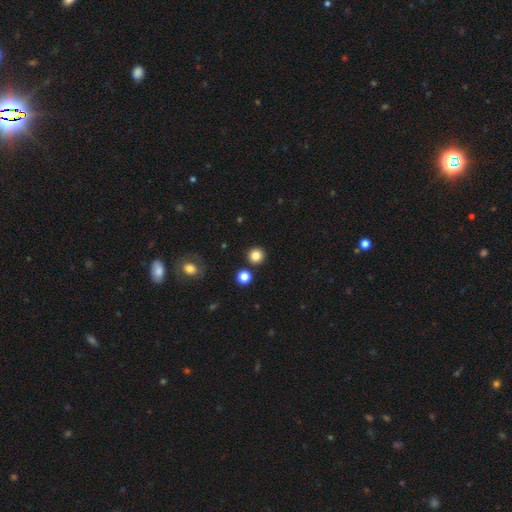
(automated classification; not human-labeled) smooth_or_featured: smooth (p=0.83) [alt: star or artifact p=0.12]
how_rounded: round (p=0.95) [alt: in between p=0.04]
merging: none (p=0.90) [alt: minor disturbance p=0.05]